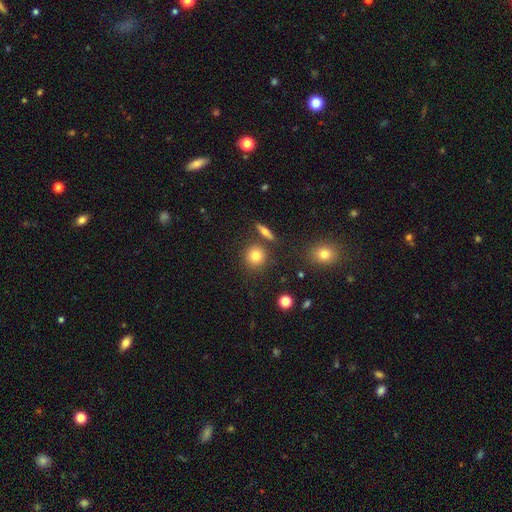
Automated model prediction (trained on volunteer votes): Q: Smooth or featured?
A: smooth (79%); runner-up: star or artifact (11%)
Q: How rounded?
A: round (90%); runner-up: in between (9%)
Q: Merging?
A: none (82%); runner-up: minor disturbance (8%)